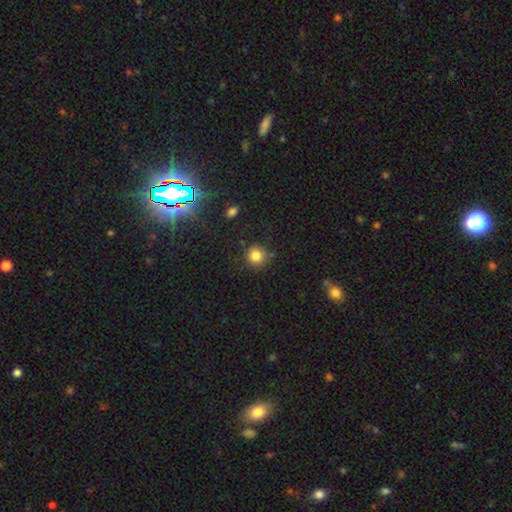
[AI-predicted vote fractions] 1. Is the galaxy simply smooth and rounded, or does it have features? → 82% smooth, 13% star or artifact, 5% featured or disk.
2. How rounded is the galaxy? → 92% round, 7% in between, 1% cigar-shaped.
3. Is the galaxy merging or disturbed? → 80% none, 12% minor disturbance, 4% merger, 4% major disturbance.